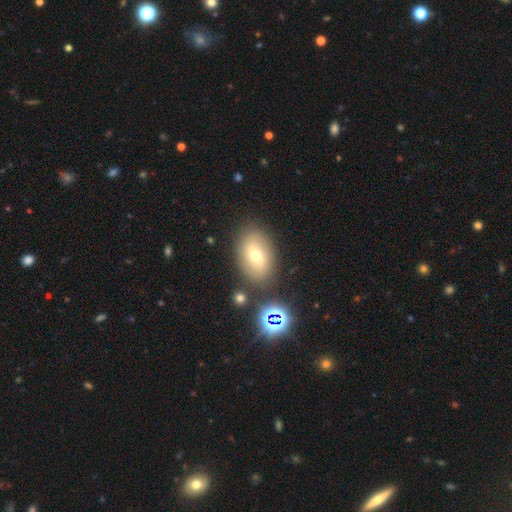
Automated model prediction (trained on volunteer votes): A smooth galaxy with no disk features (53%) that is in between round and cigar-shaped (82%). Merging: none (79%).